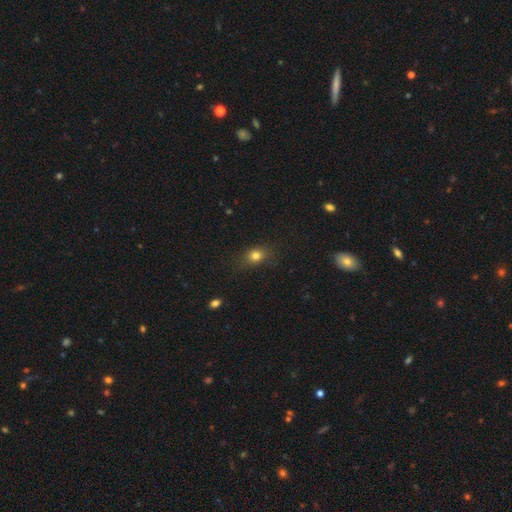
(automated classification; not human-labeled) smooth 78%, star or artifact 13%, featured or disk 8%. Down the decision tree: how rounded — in between (50%); merging — none (76%).